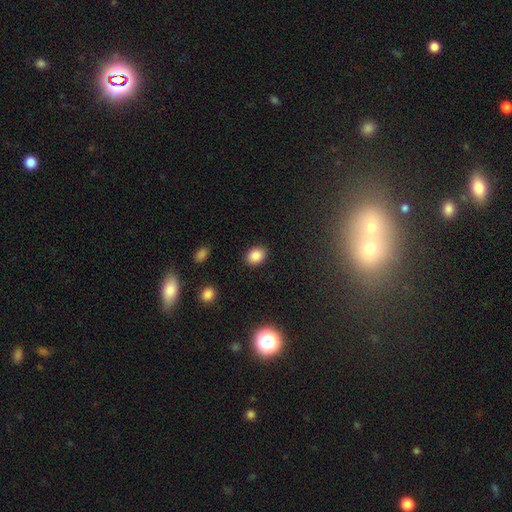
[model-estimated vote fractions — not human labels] This appears to be a smooth galaxy with no disk features (87%) that is in between round and cigar-shaped (63%). Merging: none (87%).